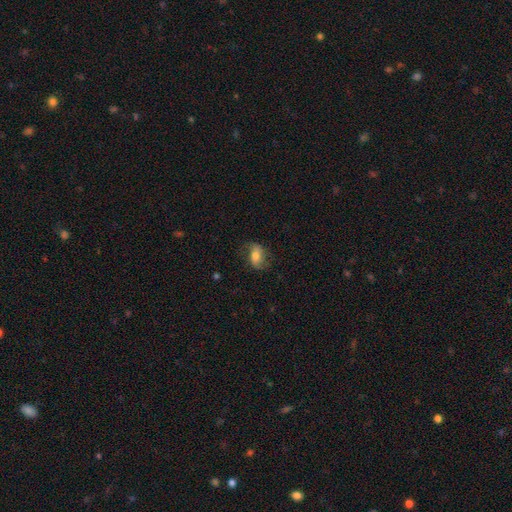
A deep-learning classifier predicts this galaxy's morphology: A smooth galaxy with no disk features (54%) that is in between round and cigar-shaped (80%).

Vote fractions:
- Smooth or featured? smooth: 54% / featured or disk: 38% / star or artifact: 9%
- How rounded? in between: 80% / round: 17% / cigar-shaped: 3%
- Merging? none: 68% / minor disturbance: 21% / major disturbance: 10% / merger: 1%